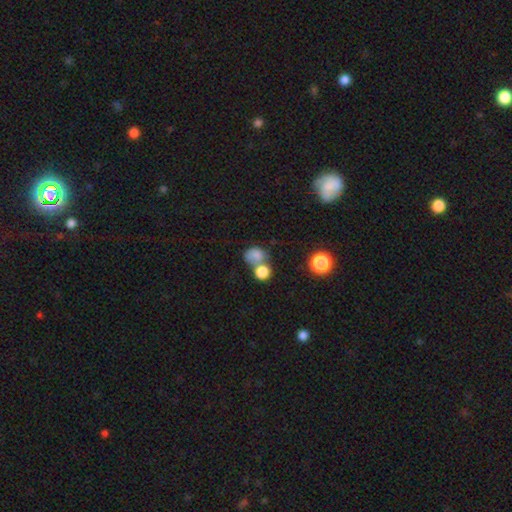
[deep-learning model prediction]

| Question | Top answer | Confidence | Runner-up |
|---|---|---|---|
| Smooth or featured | smooth | 77% | star or artifact (12%) |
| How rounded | round | 62% | in between (37%) |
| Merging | merger | 53% | none (30%) |